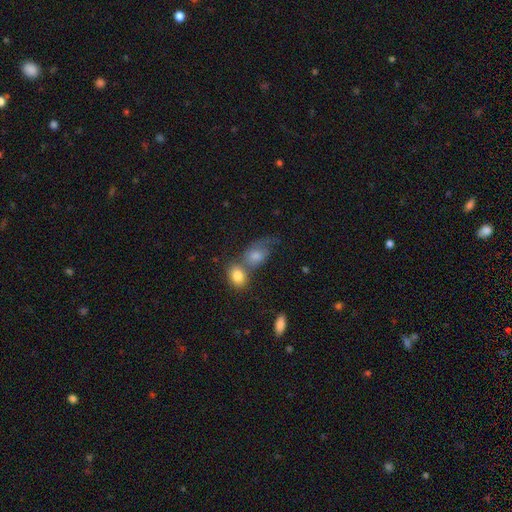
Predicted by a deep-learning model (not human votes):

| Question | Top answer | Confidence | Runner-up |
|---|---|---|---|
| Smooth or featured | smooth | 73% | featured or disk (17%) |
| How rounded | in between | 73% | round (25%) |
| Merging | merger | 45% | none (25%) |